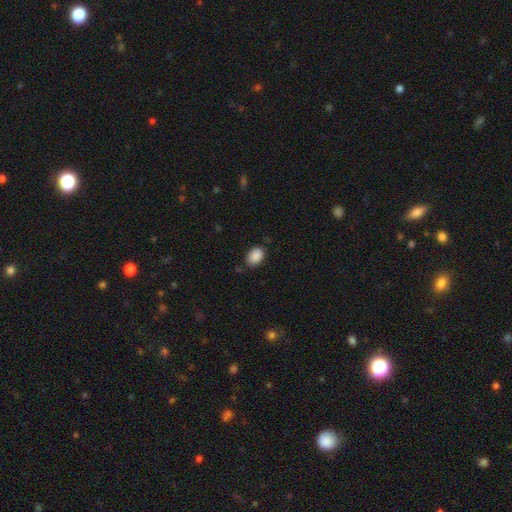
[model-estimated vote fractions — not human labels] Morphology: type=smooth (89%); roundness=in between (79%); merging=none (79%).